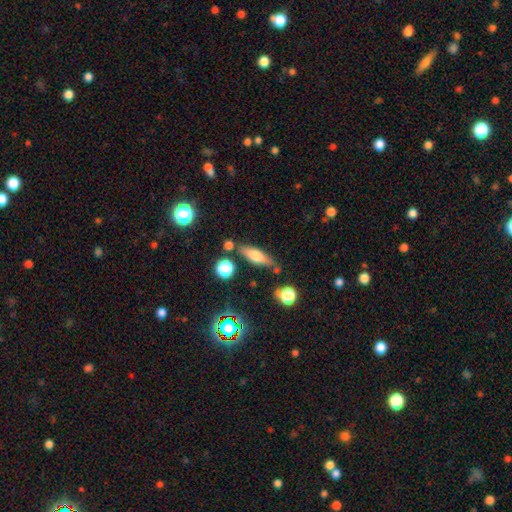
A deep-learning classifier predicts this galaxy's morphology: A smooth galaxy with no disk features (56%) that is cigar-shaped (50%).

Vote fractions:
- Smooth or featured? smooth: 56% / featured or disk: 34% / star or artifact: 9%
- How rounded? cigar-shaped: 50% / in between: 47% / round: 4%
- Merging? none: 74% / minor disturbance: 15% / merger: 8% / major disturbance: 4%